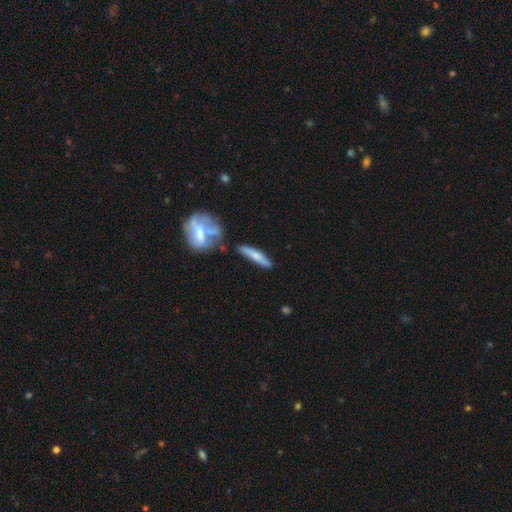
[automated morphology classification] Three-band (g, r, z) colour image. It shows a smooth galaxy with no disk features (60%) that is cigar-shaped (86%). Merging: none (72%).